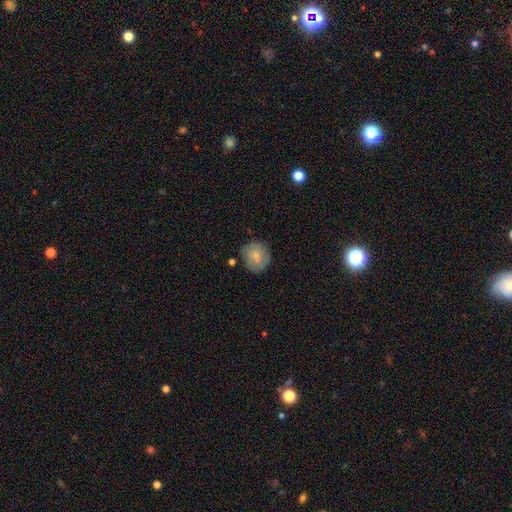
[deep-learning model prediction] Smooth or featured: smooth — 71% (featured or disk — 21%)
How rounded: round — 87% (in between — 12%)
Merging: none — 75% (minor disturbance — 17%)